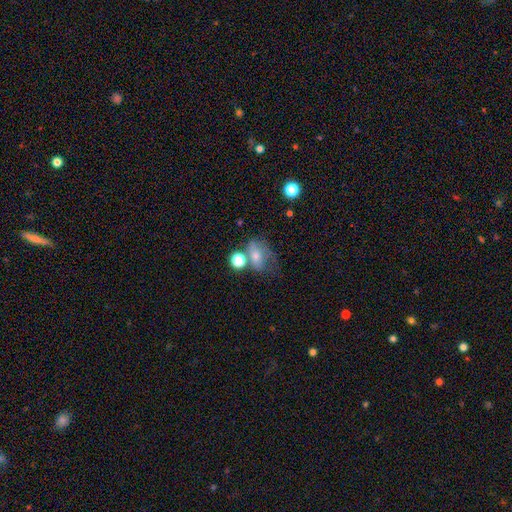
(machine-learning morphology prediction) smooth 62%, featured or disk 24%, star or artifact 13%. Down the decision tree: how rounded — in between (64%); merging — none (32%).